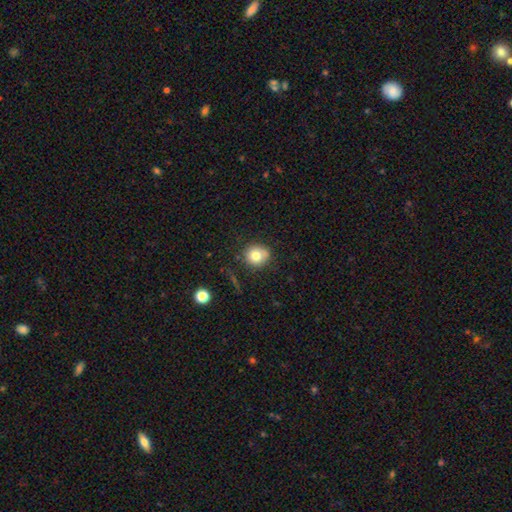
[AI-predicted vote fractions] A smooth galaxy with no disk features (78%) that is round (85%). Merging: none (76%).